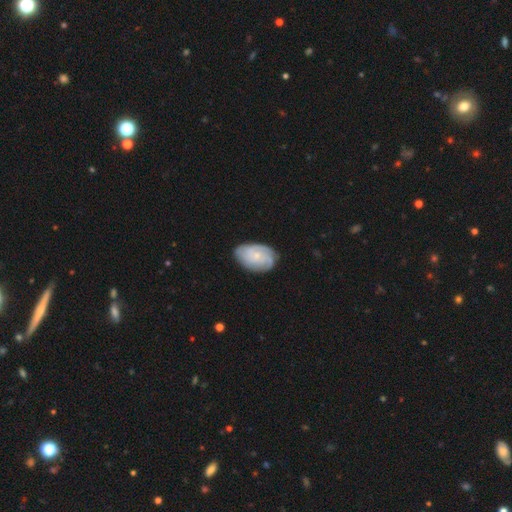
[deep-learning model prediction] Smooth or featured? featured or disk (65%)
Edge-on disk? no (97%)
Bar? no (79%)
Spiral arms? yes (92%)
Spiral winding? tight (62%)
Spiral arm count? can't tell (35%)
Bulge size? small (72%)
Merging? none (75%)